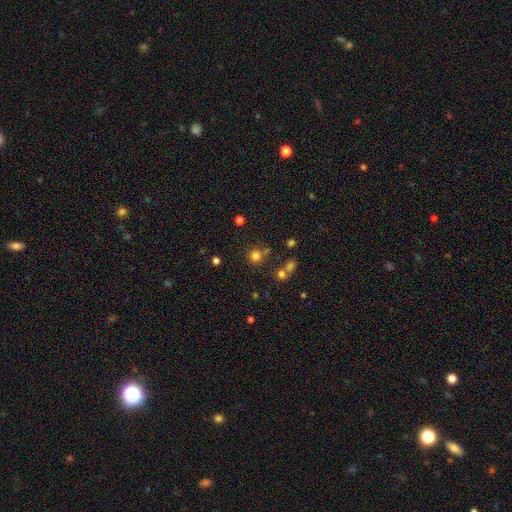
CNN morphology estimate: Overall: smooth (76%). How rounded: round (92%). Merging: none (74%).